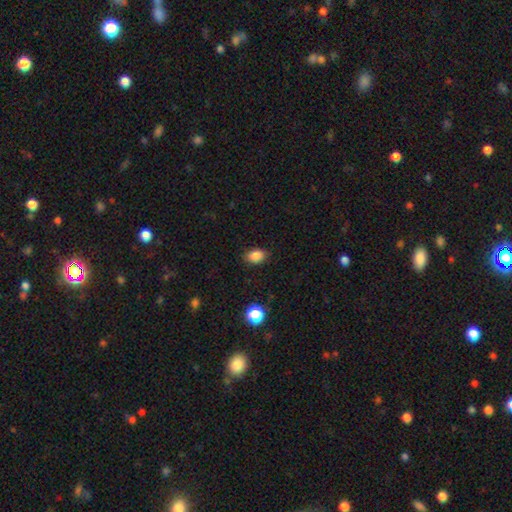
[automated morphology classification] Smooth or featured: smooth — 86% (star or artifact — 10%)
How rounded: in between — 77% (round — 22%)
Merging: none — 85% (minor disturbance — 11%)